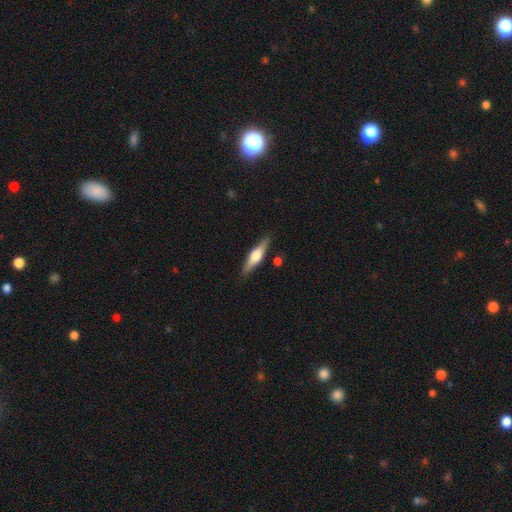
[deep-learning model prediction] A featured or disk galaxy (60%) viewed edge-on (96%) with a rounded central bulge (92%). Merging: none (87%).